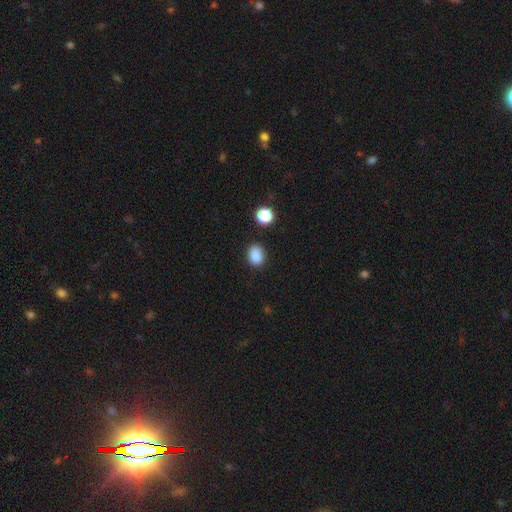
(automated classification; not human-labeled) smooth_or_featured: smooth (p=0.85) [alt: star or artifact p=0.11]
how_rounded: in between (p=0.53) [alt: round p=0.46]
merging: none (p=0.82) [alt: minor disturbance p=0.12]